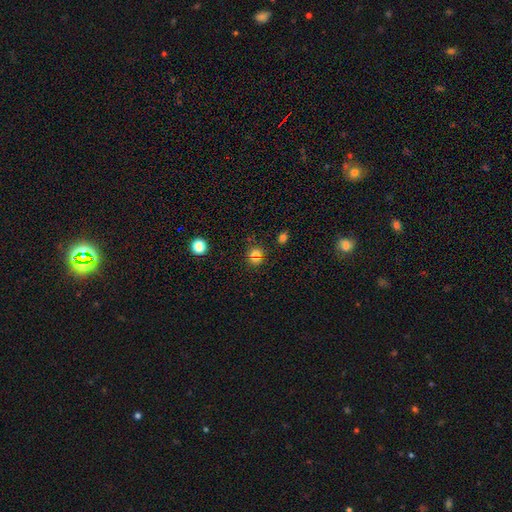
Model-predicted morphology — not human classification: Q: Smooth or featured?
A: smooth (63%); runner-up: star or artifact (28%)
Q: How rounded?
A: round (86%); runner-up: in between (13%)
Q: Merging?
A: none (73%); runner-up: merger (14%)